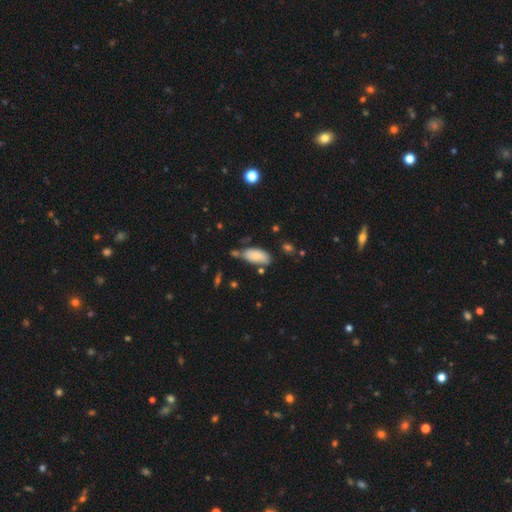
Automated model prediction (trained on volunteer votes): Q: Smooth or featured?
A: smooth (83%); runner-up: featured or disk (10%)
Q: How rounded?
A: in between (91%); runner-up: cigar-shaped (7%)
Q: Merging?
A: none (60%); runner-up: minor disturbance (24%)